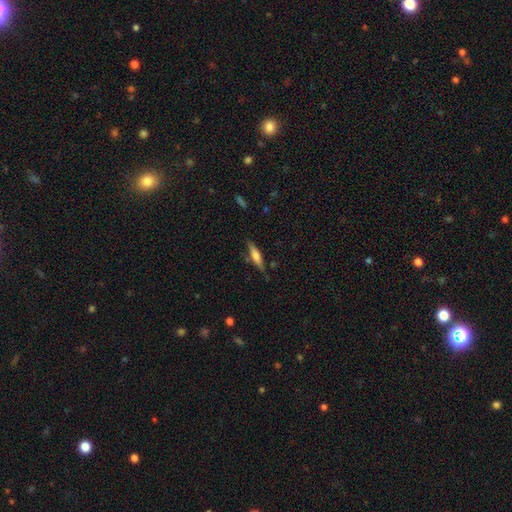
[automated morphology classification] Smooth or featured? smooth (49%)
Merging? none (77%)